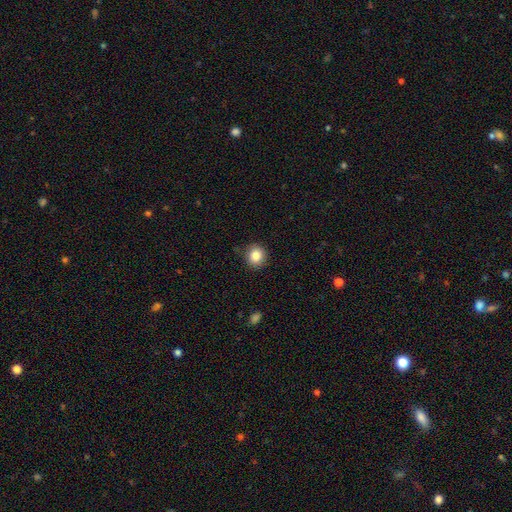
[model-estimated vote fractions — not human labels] This is clearly a smooth galaxy (85%). How rounded: clearly round (85%). Merging: clearly none (87%).